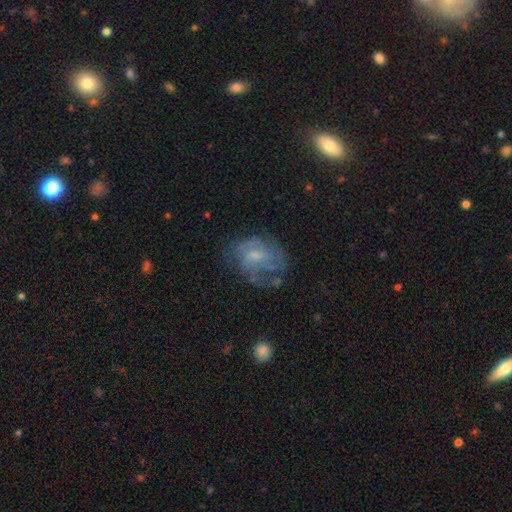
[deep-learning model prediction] A featured or disk galaxy (65%) with no bar (51%), spiral arms (72%) and a small central bulge (55%). Merging: none (49%).